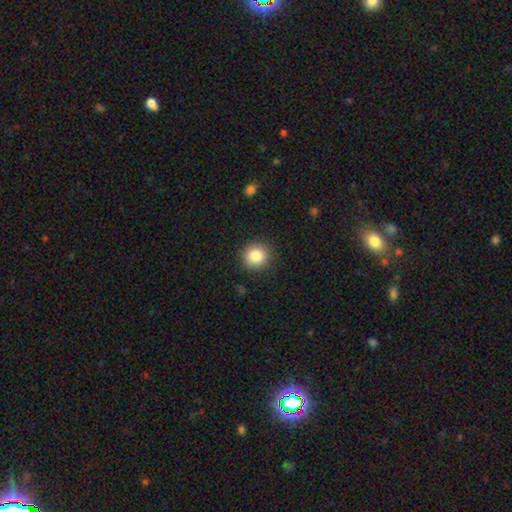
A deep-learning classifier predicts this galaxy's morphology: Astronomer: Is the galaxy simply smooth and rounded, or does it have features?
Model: smooth — 84%.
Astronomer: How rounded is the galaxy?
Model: round — 88%.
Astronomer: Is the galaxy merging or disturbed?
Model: none — 89%.